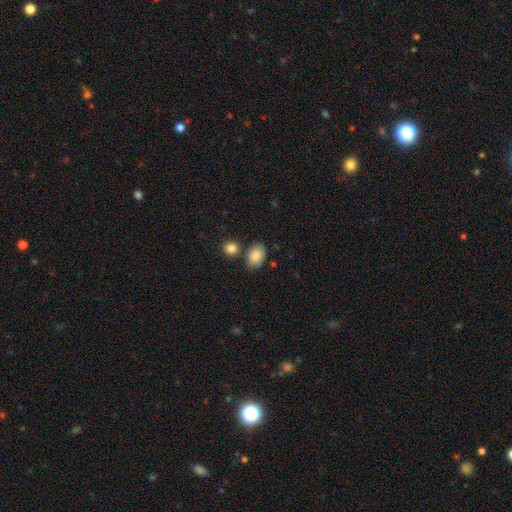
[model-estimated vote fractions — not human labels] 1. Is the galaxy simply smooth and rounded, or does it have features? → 86% smooth, 8% star or artifact, 6% featured or disk.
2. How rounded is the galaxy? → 79% in between, 20% round, 1% cigar-shaped.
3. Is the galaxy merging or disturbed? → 70% none, 17% minor disturbance, 9% merger, 4% major disturbance.